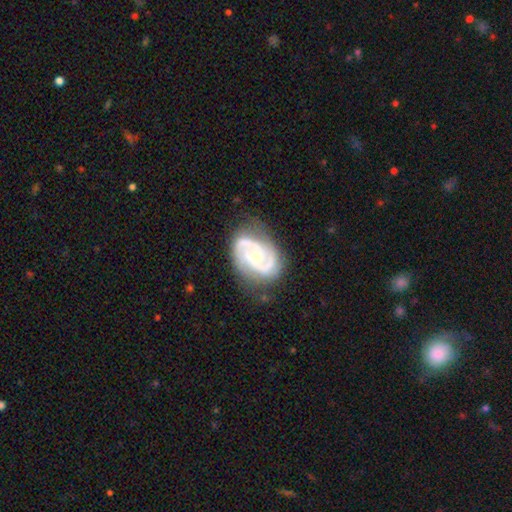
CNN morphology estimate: smooth-or-featured: featured or disk: 90% | smooth: 6% | star or artifact: 5%
  disk-edge-on: no: 98% | yes: 2%
    bar: no: 61% | weak: 30% | strong: 9%
    has-spiral-arms: yes: 97% | no: 3%
      spiral-winding: medium: 50% | tight: 40% | loose: 11%
      spiral-arm-count: 2: 81% | 3: 10% | can't tell: 5% | 1: 2% | 4: 2% | more than 4: 2%
    bulge-size: moderate: 49% | small: 47% | large: 2% | none: 1% | dominant: 1%
  merging: none: 75% | minor disturbance: 18% | major disturbance: 6% | merger: 1%